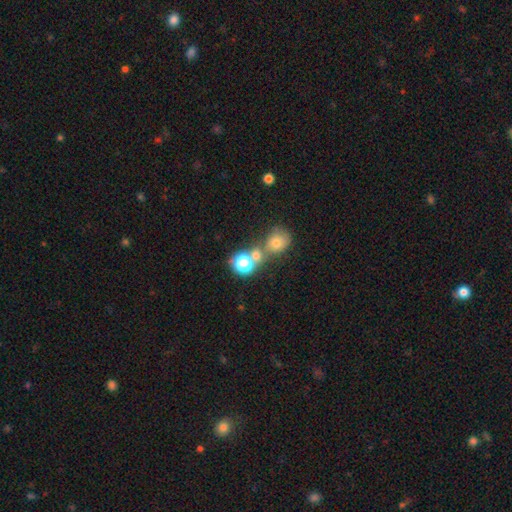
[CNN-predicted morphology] This appears to be a smooth galaxy with no disk features (63%) that is round (76%). Merging: none (45%).